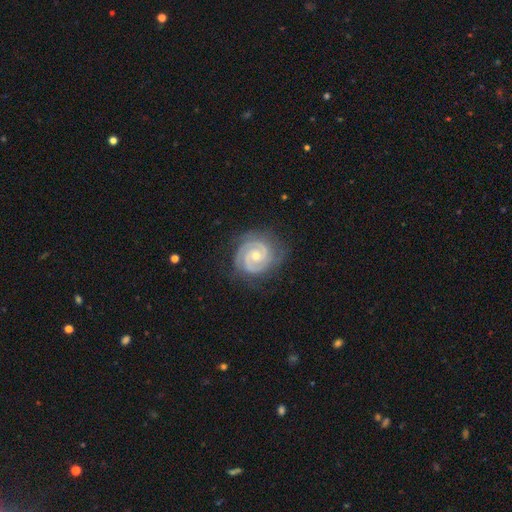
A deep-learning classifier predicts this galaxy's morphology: A featured or disk galaxy (91%) with no bar (65%), 2 (78%) tight (77%) spiral arms (98%) and a moderate central bulge (49%).

Vote fractions:
- Smooth or featured? featured or disk: 91% / star or artifact: 4% / smooth: 4%
- Edge-on disk? no: 98% / yes: 2%
- Bar? no: 65% / weak: 27% / strong: 8%
- Spiral arms? yes: 98% / no: 2%
- Spiral winding? tight: 77% / medium: 20% / loose: 2%
- Spiral arm count? 2: 78% / 3: 12% / can't tell: 4% / 4: 2% / 1: 2% / more than 4: 2%
- Bulge size? moderate: 49% / small: 48% / large: 1% / none: 1% / dominant: 1%
- Merging? none: 80% / minor disturbance: 15% / major disturbance: 4% / merger: 1%